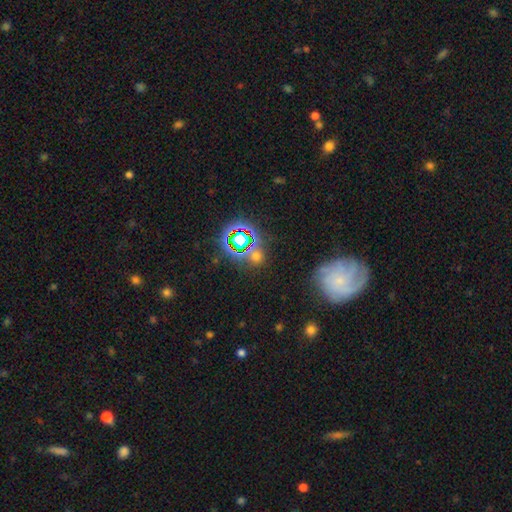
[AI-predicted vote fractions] This is possibly a star or artifact rather than a galaxy (52%).